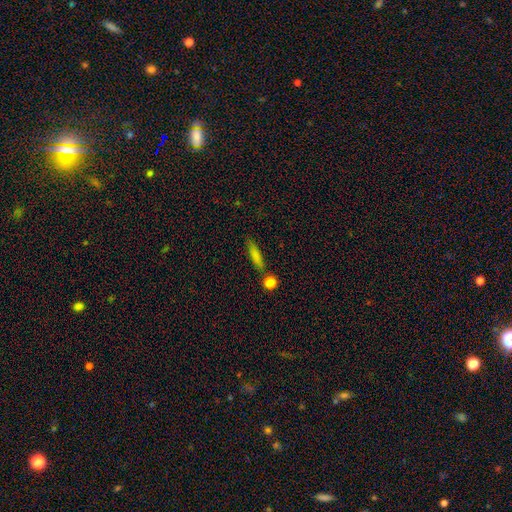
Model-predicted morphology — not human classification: smooth 78%, featured or disk 14%, star or artifact 9%. Down the decision tree: how rounded — cigar-shaped (78%); merging — none (75%).